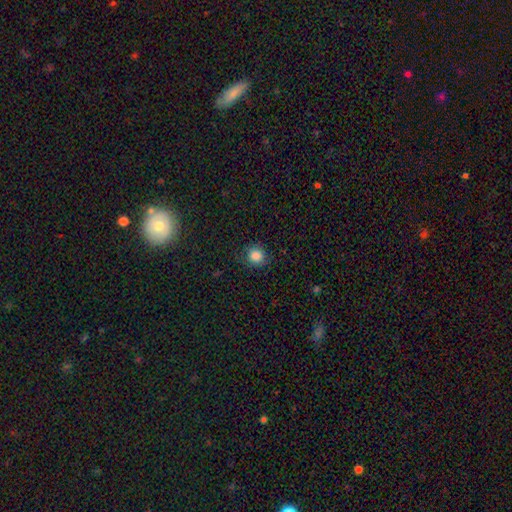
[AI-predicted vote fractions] Overall: smooth (85%). How rounded: round (85%). Merging: none (84%).